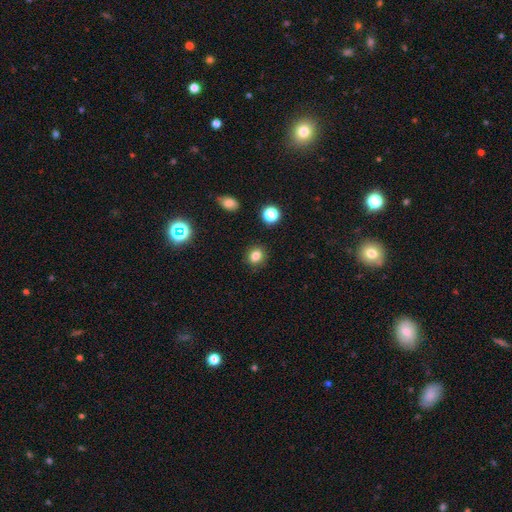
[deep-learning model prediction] Smooth or featured? smooth (81%)
How rounded? round (66%)
Merging? none (88%)